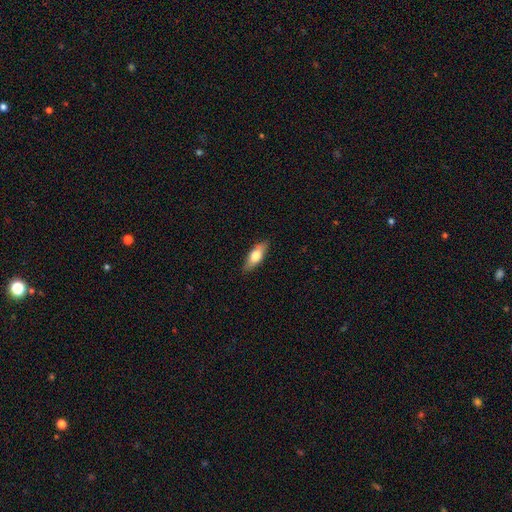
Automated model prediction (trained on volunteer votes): Smooth or featured: smooth — 63% (featured or disk — 31%)
How rounded: in between — 68% (cigar-shaped — 29%)
Merging: none — 85% (minor disturbance — 12%)